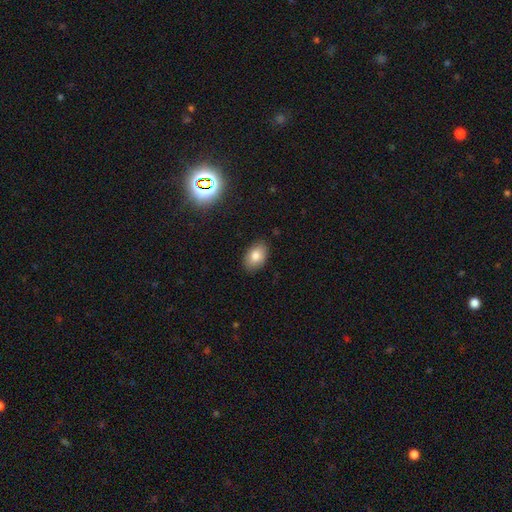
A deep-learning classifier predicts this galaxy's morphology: Smooth or featured?
  - smooth: 80% *
  - featured or disk: 10%
  - star or artifact: 10%
How rounded?
  - in between: 87% *
  - round: 11%
  - cigar-shaped: 1%
Merging?
  - none: 86% *
  - minor disturbance: 11%
  - major disturbance: 2%
  - merger: 1%